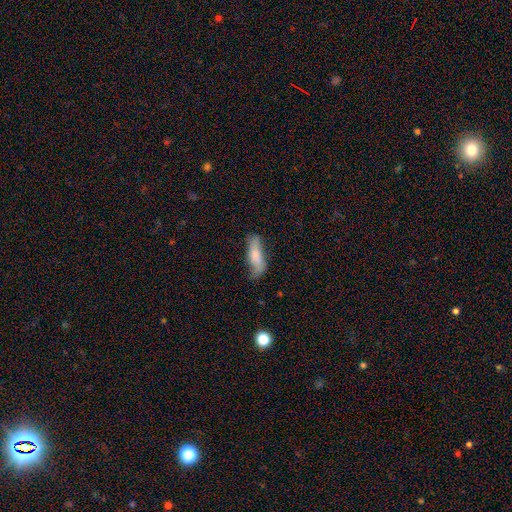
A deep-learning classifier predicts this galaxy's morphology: A smooth galaxy with no disk features (71%) that is in between round and cigar-shaped (51%). Merging: none (57%).